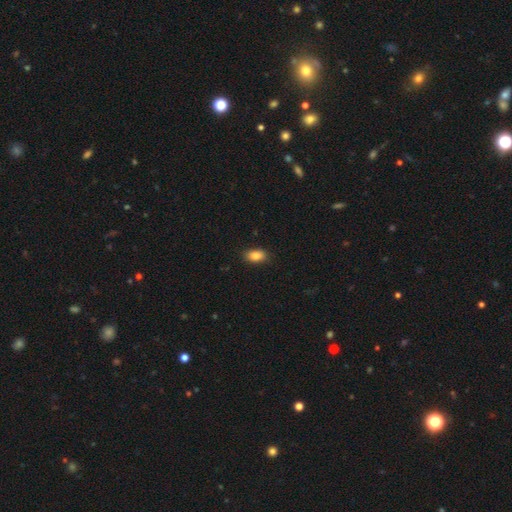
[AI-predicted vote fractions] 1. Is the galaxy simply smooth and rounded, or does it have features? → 86% smooth, 8% star or artifact, 5% featured or disk.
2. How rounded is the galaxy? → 88% in between, 9% round, 3% cigar-shaped.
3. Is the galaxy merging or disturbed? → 86% none, 11% minor disturbance, 2% major disturbance, 1% merger.